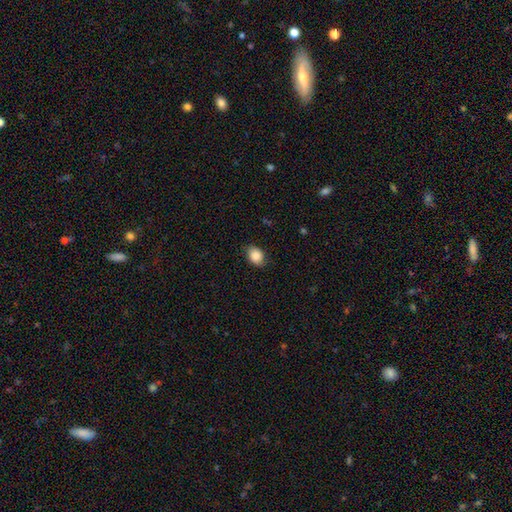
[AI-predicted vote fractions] This appears to be a smooth galaxy with no disk features (87%) that is in between round and cigar-shaped (68%). Merging: none (83%).